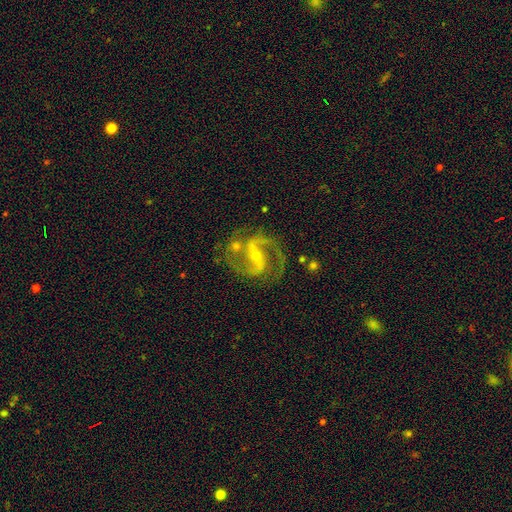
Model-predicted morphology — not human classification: smooth-or-featured: featured or disk: 92% | star or artifact: 5% | smooth: 3%
  disk-edge-on: no: 97% | yes: 3%
    bar: strong: 62% | weak: 28% | no: 10%
    has-spiral-arms: yes: 98% | no: 2%
      spiral-winding: medium: 66% | loose: 18% | tight: 17%
      spiral-arm-count: 2: 92% | 3: 3% | can't tell: 2% | 1: 1% | 4: 1% | more than 4: 1%
    bulge-size: small: 69% | moderate: 27% | none: 2% | large: 1% | dominant: 1%
  merging: none: 73% | minor disturbance: 15% | major disturbance: 7% | merger: 5%